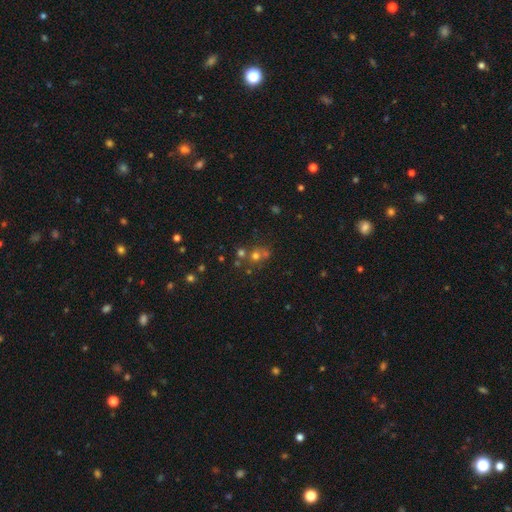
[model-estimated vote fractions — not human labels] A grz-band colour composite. It shows a smooth galaxy with no disk features (57%) that is round (83%). Merging: none (52%).